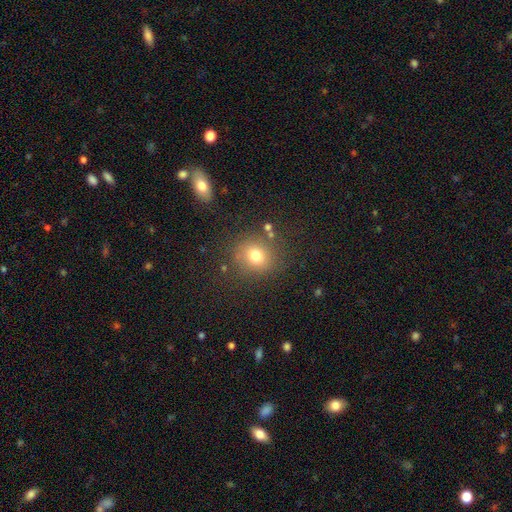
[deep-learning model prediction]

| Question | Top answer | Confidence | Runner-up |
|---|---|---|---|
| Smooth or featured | smooth | 75% | star or artifact (15%) |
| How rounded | round | 79% | in between (20%) |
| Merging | none | 80% | minor disturbance (11%) |